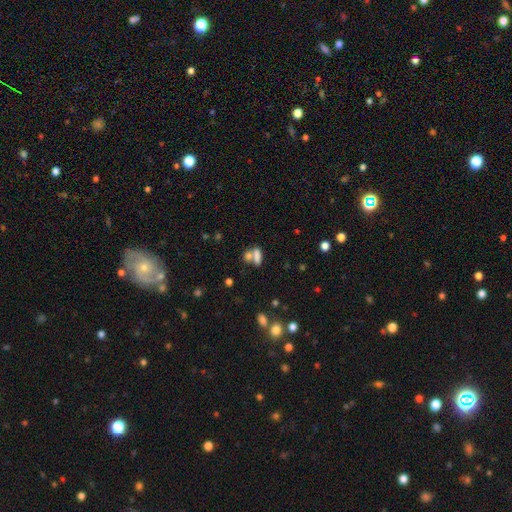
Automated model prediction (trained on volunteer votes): The model was most divided on "merging": merger: 50%, none: 36%, minor disturbance: 9%, major disturbance: 5%. More confident: smooth or featured — smooth (74%); how rounded — in between (68%).